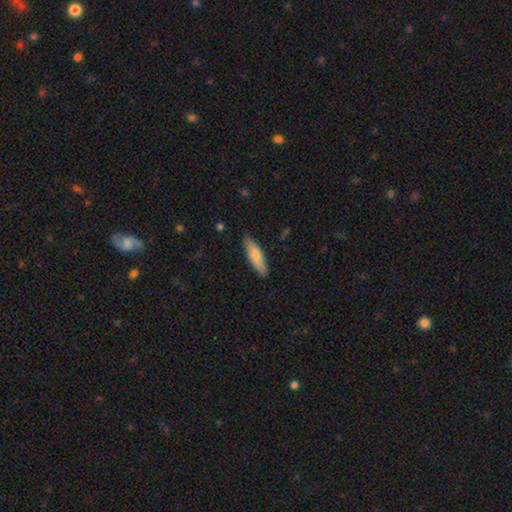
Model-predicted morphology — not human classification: type=smooth (76%); roundness=cigar-shaped (59%); merging=none (87%).